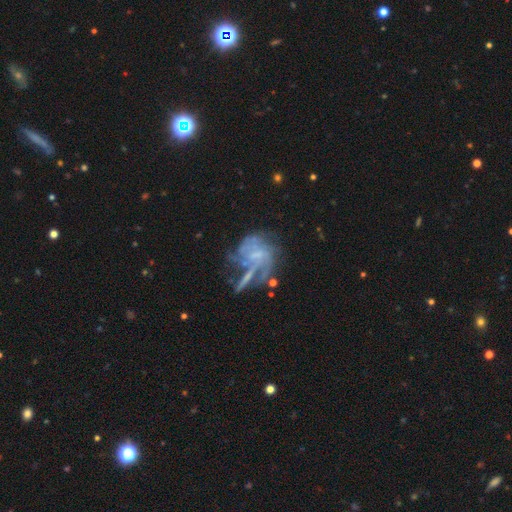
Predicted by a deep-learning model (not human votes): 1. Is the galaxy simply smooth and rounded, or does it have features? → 71% featured or disk, 15% smooth, 13% star or artifact.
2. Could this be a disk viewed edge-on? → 97% no, 3% yes.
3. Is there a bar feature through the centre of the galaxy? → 57% no, 32% weak, 11% strong.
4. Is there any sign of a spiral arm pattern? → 73% yes, 27% no.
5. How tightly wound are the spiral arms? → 38% medium, 37% tight, 25% loose.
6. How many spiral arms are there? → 43% can't tell, 17% 2, 17% 3, 9% 4, 7% 1, 6% more than 4.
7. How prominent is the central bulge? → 41% none, 40% small, 15% moderate, 2% large, 1% dominant.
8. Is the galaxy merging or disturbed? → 34% none, 30% major disturbance, 20% merger, 15% minor disturbance.